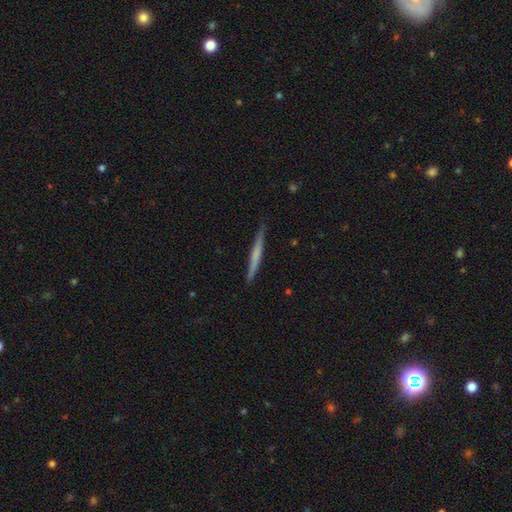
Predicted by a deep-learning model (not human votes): smooth-or-featured: smooth: 51% | featured or disk: 44% | star or artifact: 5%
  how-rounded: cigar-shaped: 97% | in between: 2% | round: 1%
  merging: none: 89% | minor disturbance: 8% | major disturbance: 1% | merger: 1%